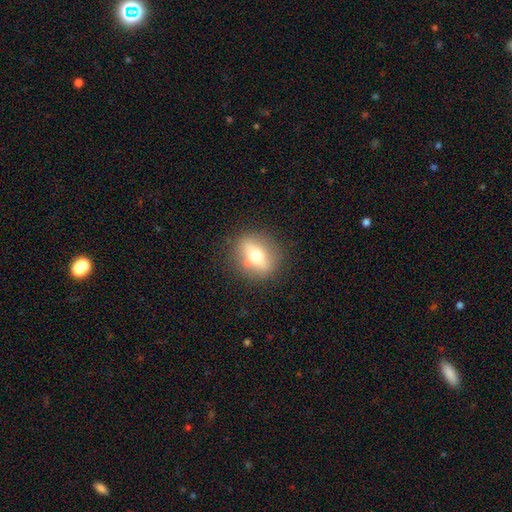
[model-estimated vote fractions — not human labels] Q: Smooth or featured?
A: smooth (46%); runner-up: featured or disk (45%)
Q: Merging?
A: none (85%); runner-up: minor disturbance (10%)